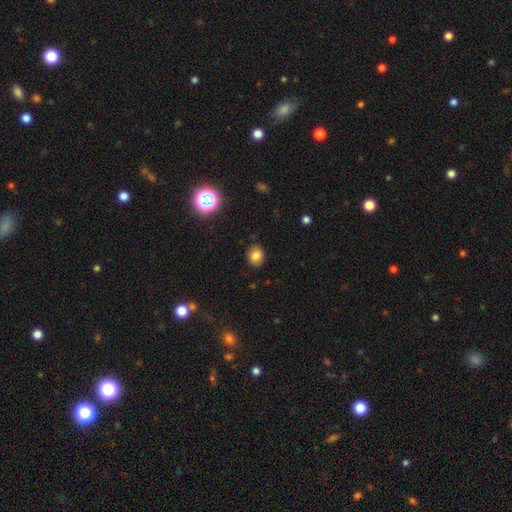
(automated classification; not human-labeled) Overall: smooth (80%). How rounded: round (56%; in between 44%). Merging: none (87%).